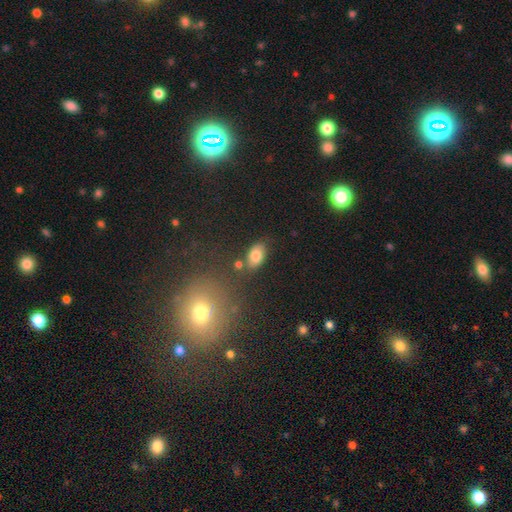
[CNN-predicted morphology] Smooth or featured: smooth — 79% (featured or disk — 11%)
How rounded: in between — 90% (round — 8%)
Merging: none — 76% (minor disturbance — 14%)